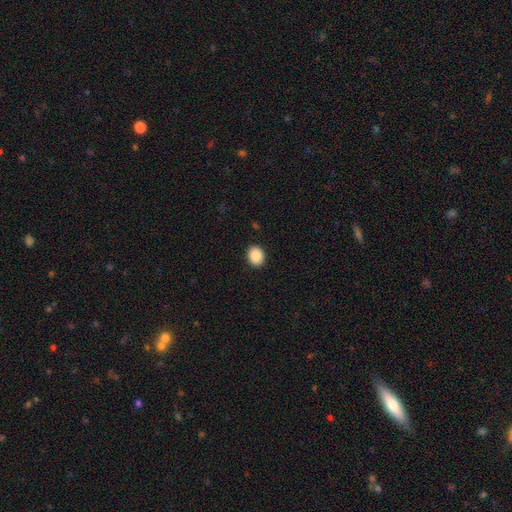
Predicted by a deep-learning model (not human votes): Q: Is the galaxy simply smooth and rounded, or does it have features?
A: smooth — 88%.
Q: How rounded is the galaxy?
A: round — 52%.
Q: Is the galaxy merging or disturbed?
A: none — 91%.